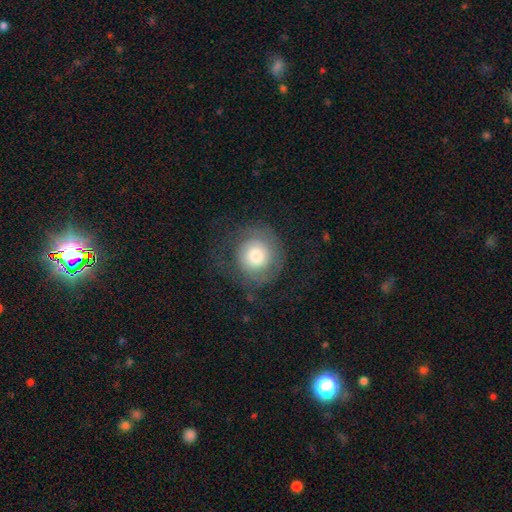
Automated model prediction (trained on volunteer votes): A smooth galaxy with no disk features (54%) that is round (92%).

Vote fractions:
- Smooth or featured? smooth: 54% / featured or disk: 38% / star or artifact: 8%
- How rounded? round: 92% / in between: 7% / cigar-shaped: 1%
- Merging? none: 67% / minor disturbance: 16% / major disturbance: 15% / merger: 1%